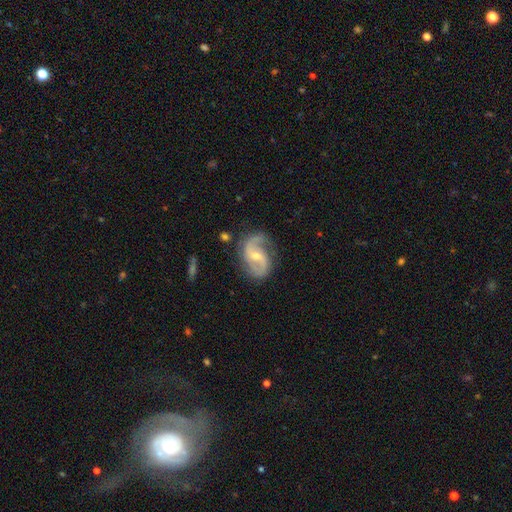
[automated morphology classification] A featured or disk galaxy (88%) with a weak bar (48%), 2 (89%) medium (51%) spiral arms (97%) and a moderate central bulge (48%, tied with small). Merging: none (71%).